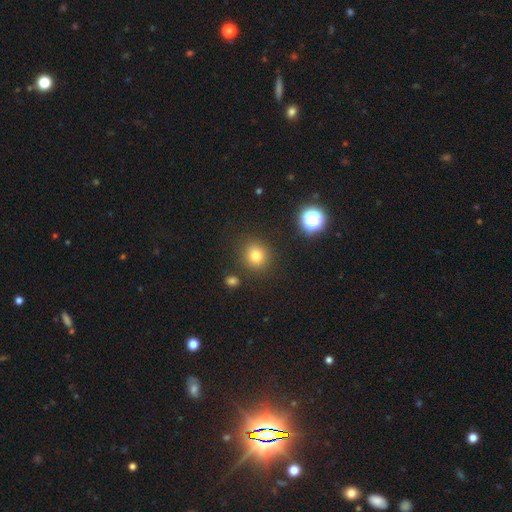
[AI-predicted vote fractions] Smooth or featured? smooth (78%)
How rounded? round (87%)
Merging? none (85%)